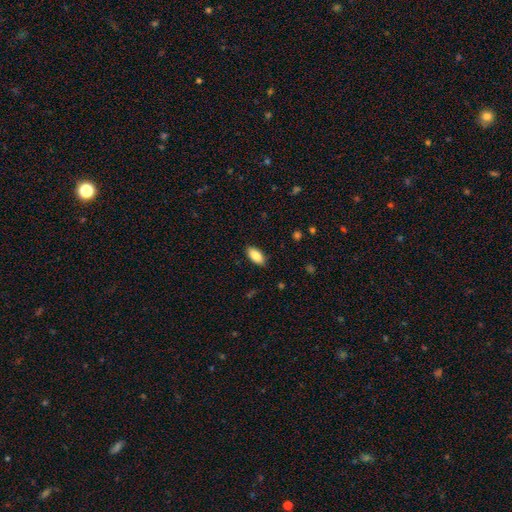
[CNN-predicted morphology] A smooth galaxy with no disk features (87%) that is in between round and cigar-shaped (92%).

Vote fractions:
- Smooth or featured? smooth: 87% / featured or disk: 7% / star or artifact: 7%
- How rounded? in between: 92% / cigar-shaped: 6% / round: 2%
- Merging? none: 88% / minor disturbance: 9% / major disturbance: 2% / merger: 1%